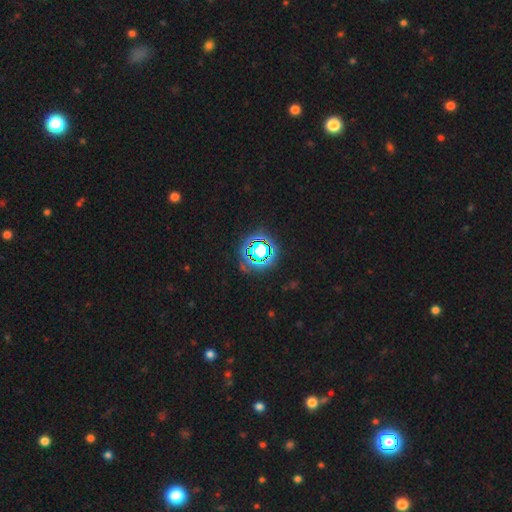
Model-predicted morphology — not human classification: Smooth or featured? star or artifact (77%)